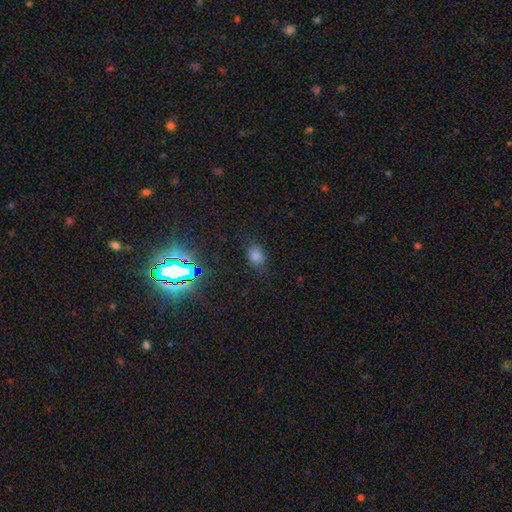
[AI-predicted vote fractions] This is likely a smooth galaxy (69%). How rounded: likely in between (61%). Merging: clearly none (80%).